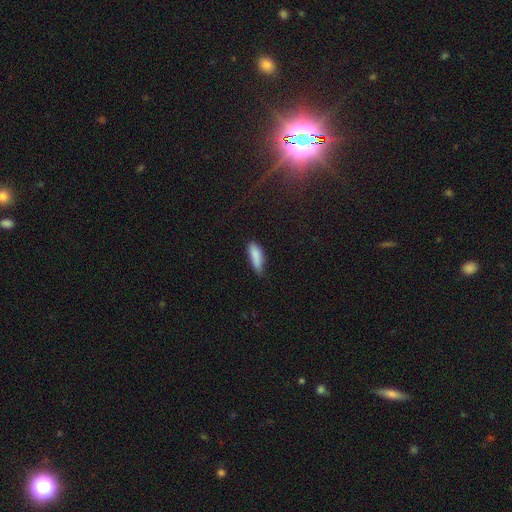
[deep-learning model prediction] Morphology: type=smooth (86%); roundness=in between (56%); merging=none (51%).